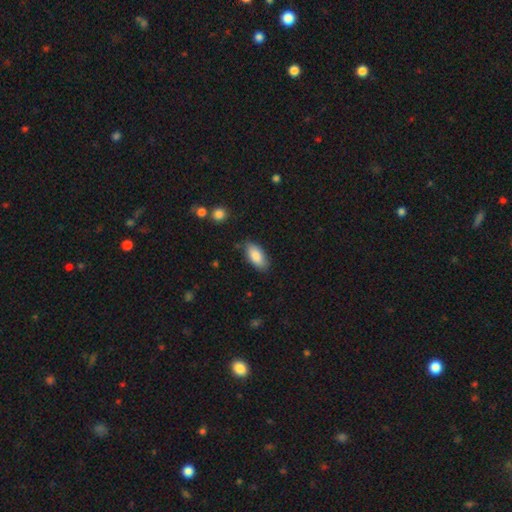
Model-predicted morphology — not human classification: smooth-or-featured: smooth: 85% | featured or disk: 9% | star or artifact: 6%
  how-rounded: in between: 90% | cigar-shaped: 7% | round: 2%
  merging: none: 82% | minor disturbance: 14% | major disturbance: 3% | merger: 2%